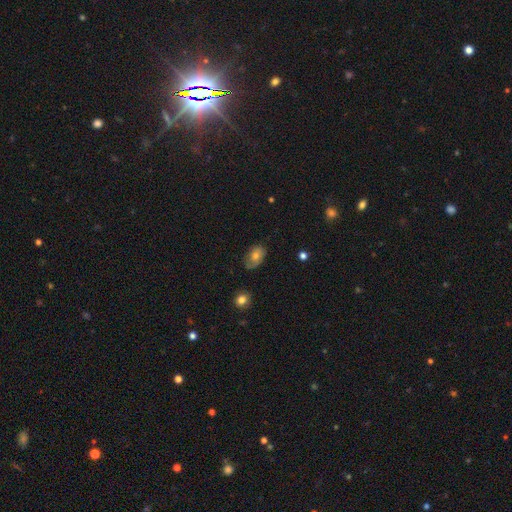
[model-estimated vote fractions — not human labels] This appears to be a smooth galaxy with no disk features (65%) that is in between round and cigar-shaped (85%). Merging: none (66%).